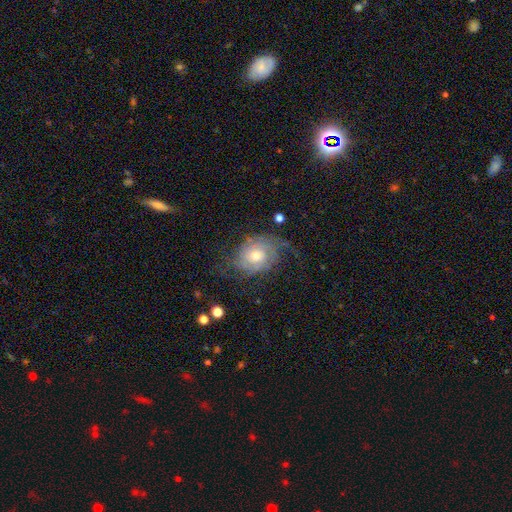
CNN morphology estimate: smooth_or_featured: featured or disk (p=0.76) [alt: smooth p=0.17]
disk_edge_on: no (p=0.97) [alt: yes p=0.03]
bar: no (p=0.73) [alt: weak p=0.23]
has_spiral_arms: yes (p=0.91) [alt: no p=0.09]
spiral_winding: tight (p=0.50) [alt: medium p=0.33]
spiral_arm_count: 2 (p=0.50) [alt: can't tell p=0.27]
bulge_size: moderate (p=0.65) [alt: small p=0.25]
merging: none (p=0.61) [alt: minor disturbance p=0.22]